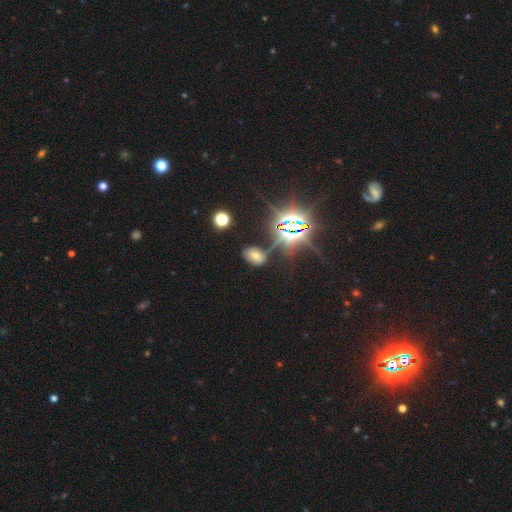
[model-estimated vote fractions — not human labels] smooth-or-featured: smooth: 47% | star or artifact: 40% | featured or disk: 14%
  merging: none: 67% | minor disturbance: 17% | merger: 8% | major disturbance: 7%